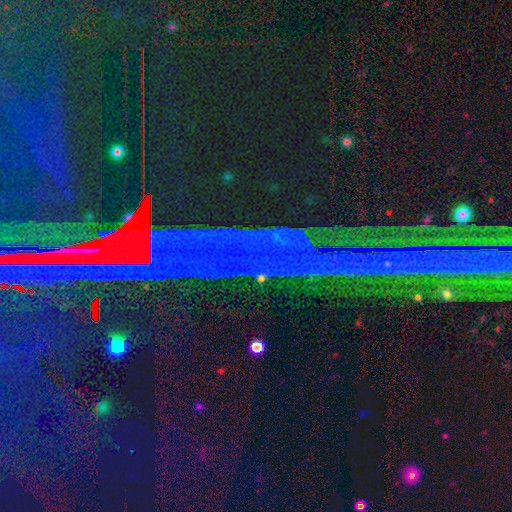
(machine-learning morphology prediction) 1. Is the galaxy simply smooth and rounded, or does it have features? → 88% star or artifact, 6% featured or disk, 5% smooth.